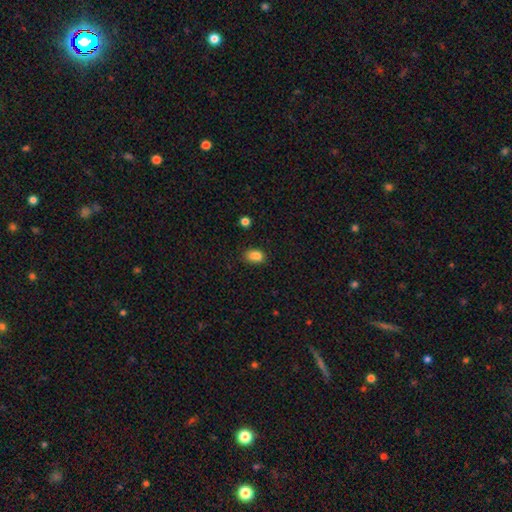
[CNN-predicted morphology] The model was most divided on "merging": none: 71%, minor disturbance: 19%, merger: 6%, major disturbance: 4%. More confident: smooth or featured — smooth (84%); how rounded — in between (76%).